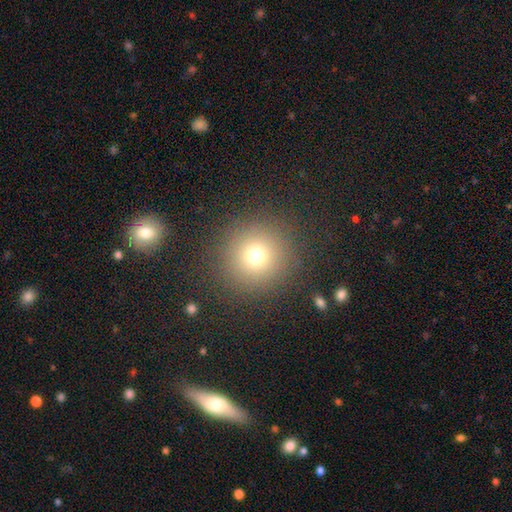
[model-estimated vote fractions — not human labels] Overall: smooth (73%). How rounded: round (95%). Merging: none (89%).